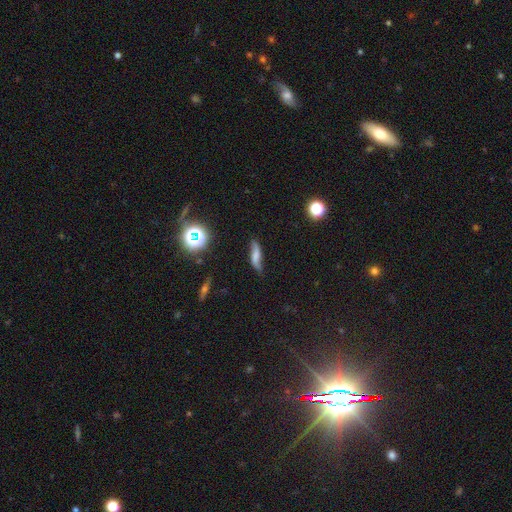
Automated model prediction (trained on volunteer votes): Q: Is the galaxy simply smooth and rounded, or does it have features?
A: featured or disk — 45%.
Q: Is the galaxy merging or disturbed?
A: none — 67%.